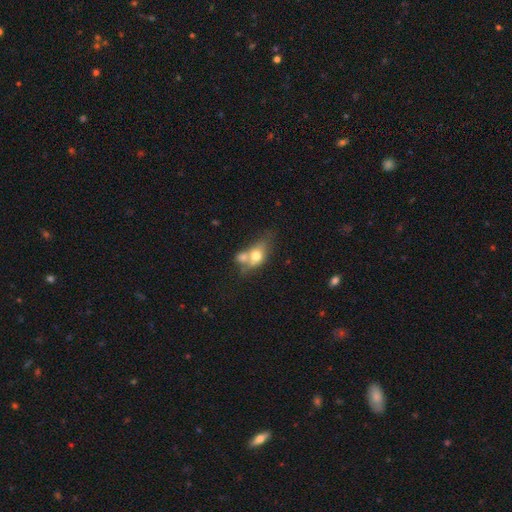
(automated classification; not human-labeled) Q: Smooth or featured?
A: smooth (65%); runner-up: featured or disk (26%)
Q: How rounded?
A: in between (68%); runner-up: round (26%)
Q: Merging?
A: merger (58%); runner-up: none (23%)